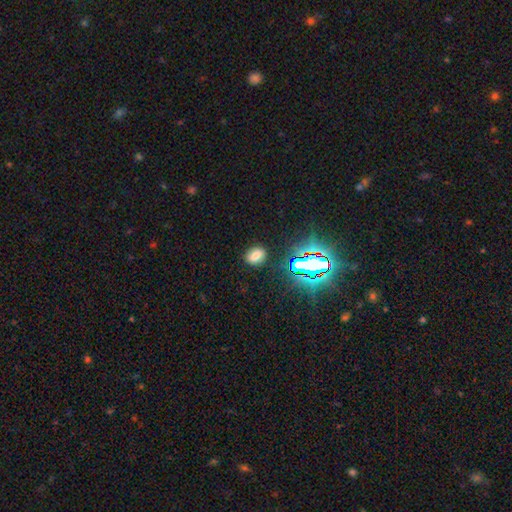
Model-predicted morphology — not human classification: This is likely a smooth galaxy (67%). How rounded: likely in between (67%). Merging: clearly none (86%).